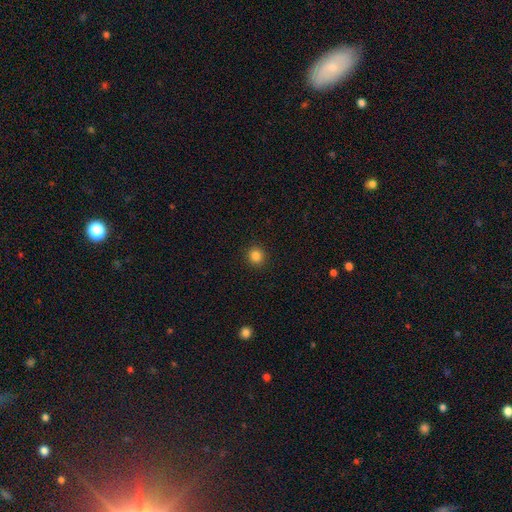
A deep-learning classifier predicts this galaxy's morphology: Smooth or featured? Predicted: smooth (p=0.85). How rounded? Predicted: round (p=0.91). Merging? Predicted: none (p=0.92).